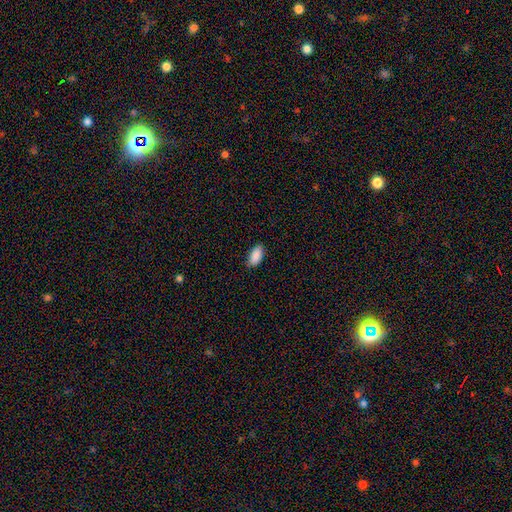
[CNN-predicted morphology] The model was most divided on "merging": none: 86%, minor disturbance: 11%, major disturbance: 2%, merger: 1%. More confident: how rounded — in between (92%); smooth or featured — smooth (90%).